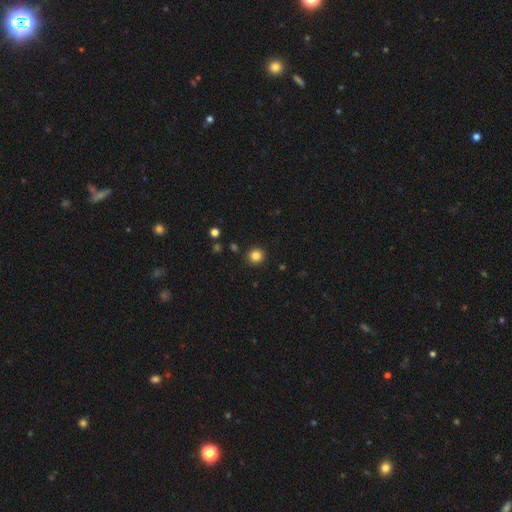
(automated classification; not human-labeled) This appears to be a smooth galaxy with no disk features (84%) that is round (92%). Merging: none (91%).